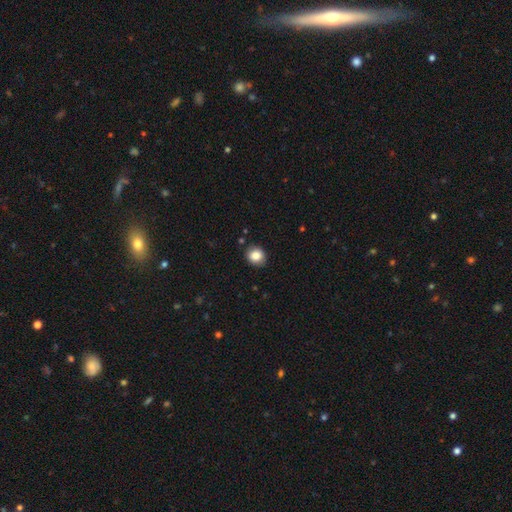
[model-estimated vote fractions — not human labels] smooth_or_featured: smooth (p=0.86) [alt: star or artifact p=0.09]
how_rounded: round (p=0.76) [alt: in between p=0.23]
merging: none (p=0.86) [alt: minor disturbance p=0.10]